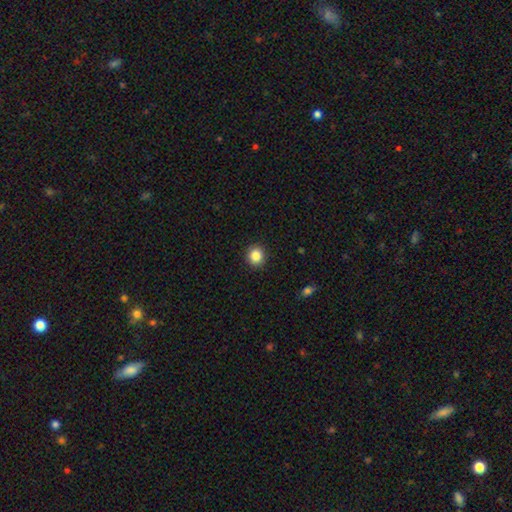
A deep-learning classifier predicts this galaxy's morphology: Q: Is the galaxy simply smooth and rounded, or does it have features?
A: smooth — 86%.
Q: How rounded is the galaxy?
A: round — 89%.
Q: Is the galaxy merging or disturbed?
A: none — 92%.